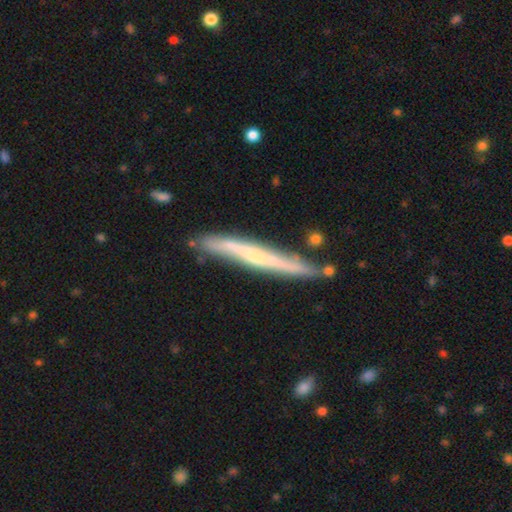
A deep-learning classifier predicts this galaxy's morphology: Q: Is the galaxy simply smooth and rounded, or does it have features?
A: featured or disk — 62%.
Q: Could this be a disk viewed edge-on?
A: yes — 88%.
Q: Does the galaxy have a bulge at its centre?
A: none — 59%.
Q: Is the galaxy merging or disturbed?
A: none — 74%.